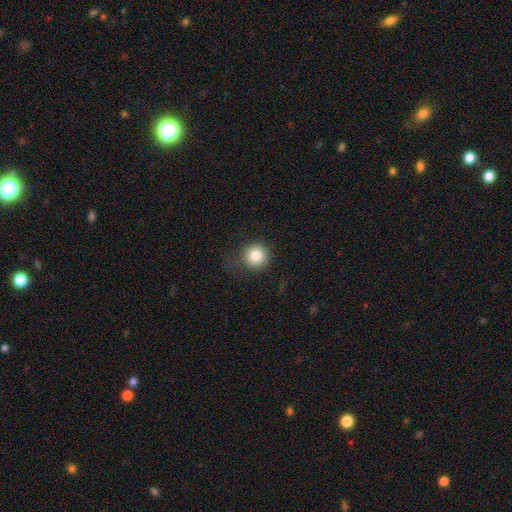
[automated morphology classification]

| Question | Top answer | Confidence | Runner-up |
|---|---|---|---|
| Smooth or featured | smooth | 82% | star or artifact (11%) |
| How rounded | round | 94% | in between (5%) |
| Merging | none | 78% | minor disturbance (14%) |